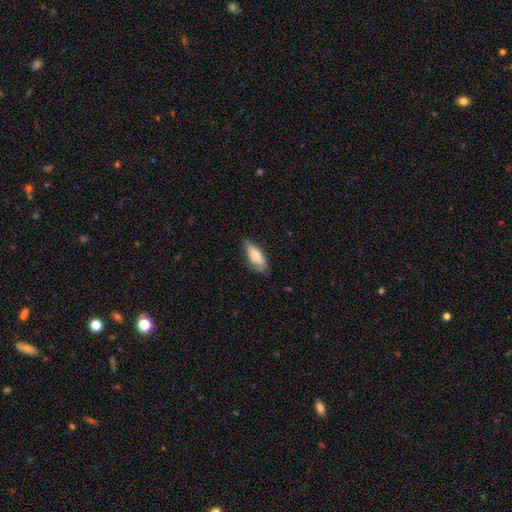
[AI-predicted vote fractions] Smooth or featured? smooth (78%)
How rounded? in between (72%)
Merging? none (63%)